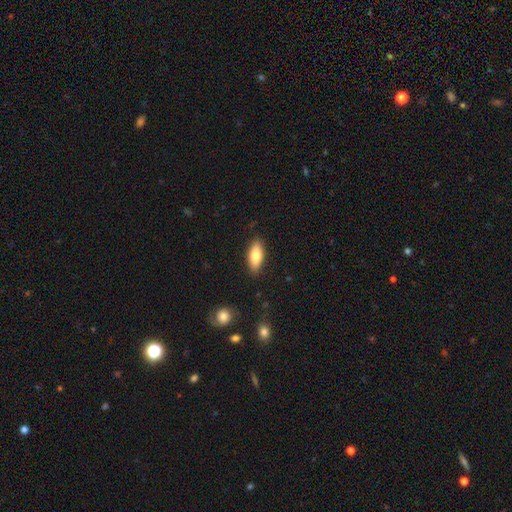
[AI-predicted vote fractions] smooth 76%, featured or disk 17%, star or artifact 6%. Down the decision tree: how rounded — in between (79%); merging — none (88%).